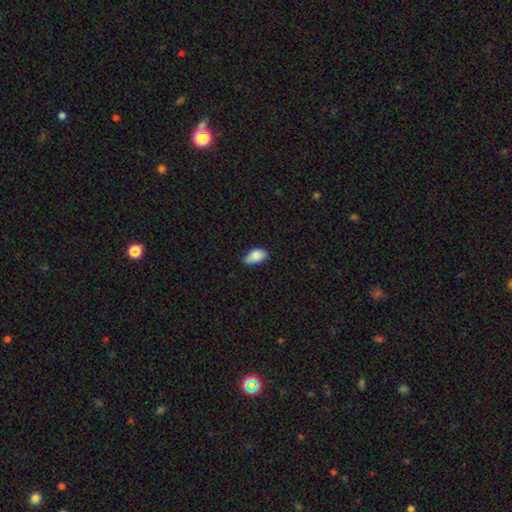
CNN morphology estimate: smooth 85%, star or artifact 7%, featured or disk 7%. Down the decision tree: how rounded — in between (92%); merging — none (59%).